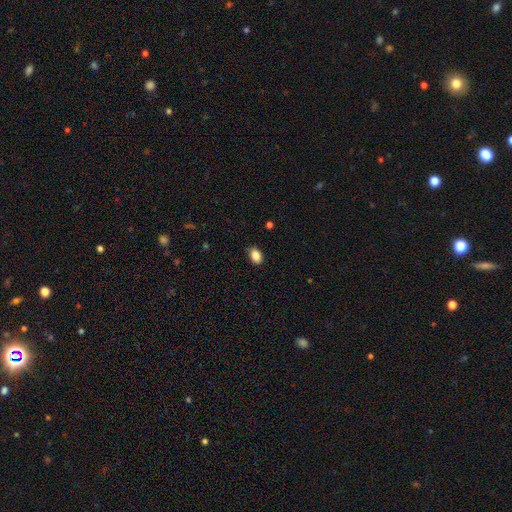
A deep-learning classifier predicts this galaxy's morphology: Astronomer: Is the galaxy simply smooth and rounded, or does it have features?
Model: smooth — 86%.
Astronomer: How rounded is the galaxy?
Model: in between — 86%.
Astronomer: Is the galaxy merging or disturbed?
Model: none — 83%.